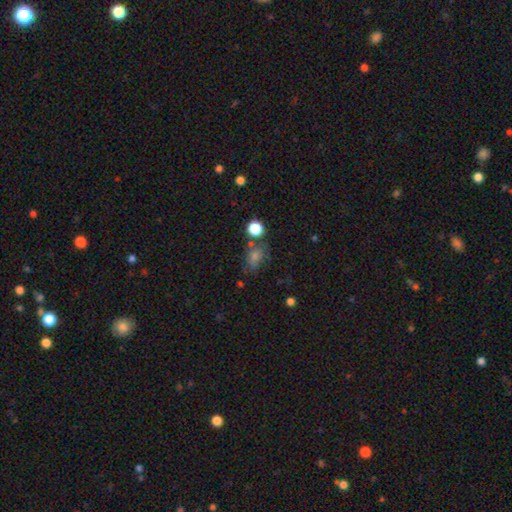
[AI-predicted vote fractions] This is likely a smooth galaxy (60%). How rounded: likely in between (63%). Merging: likely none (61%).